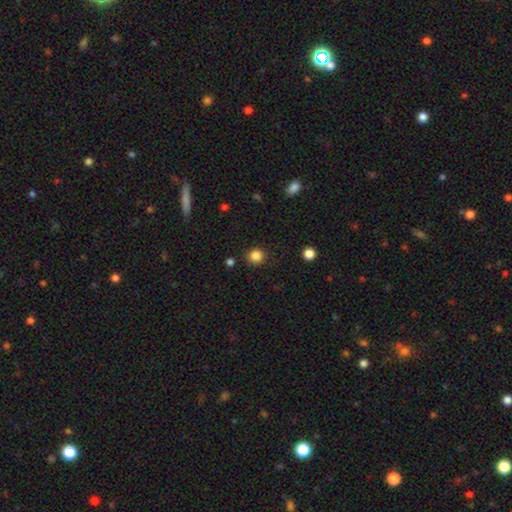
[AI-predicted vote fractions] smooth 85%, star or artifact 12%, featured or disk 3%. Down the decision tree: how rounded — round (91%); merging — none (87%).